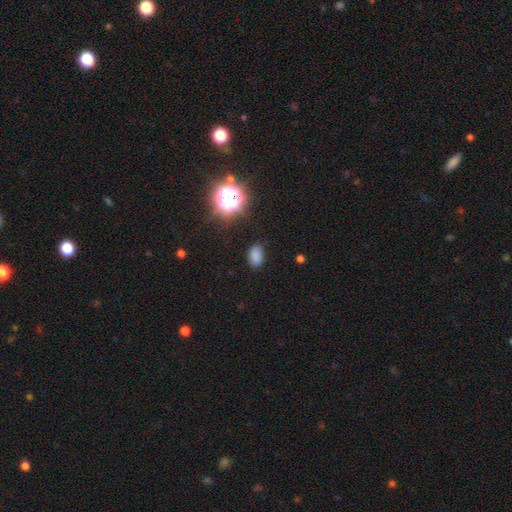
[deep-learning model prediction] Overall: smooth (77%). How rounded: in between (87%). Merging: none (81%).